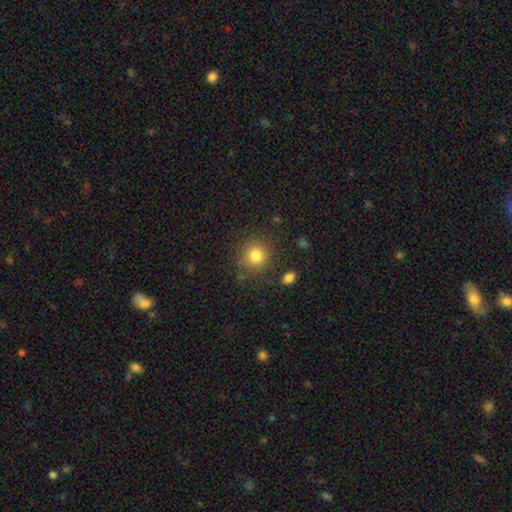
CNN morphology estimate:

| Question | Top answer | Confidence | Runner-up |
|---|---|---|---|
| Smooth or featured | smooth | 81% | star or artifact (12%) |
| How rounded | round | 88% | in between (11%) |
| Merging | none | 82% | minor disturbance (11%) |